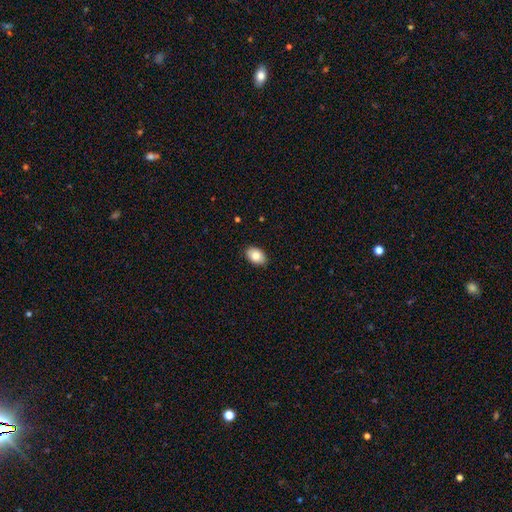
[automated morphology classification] smooth 80%, featured or disk 12%, star or artifact 7%. Down the decision tree: how rounded — in between (85%); merging — none (88%).